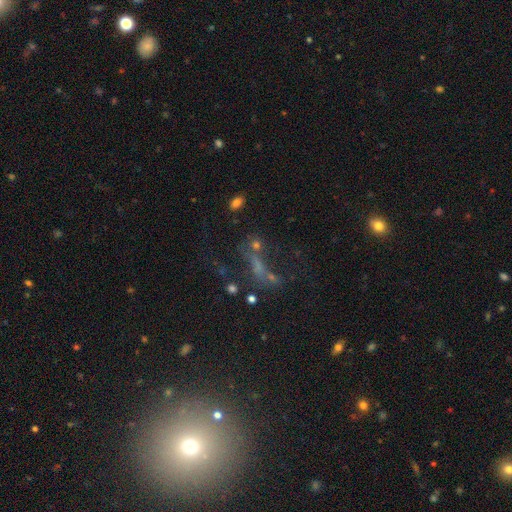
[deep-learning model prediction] Smooth or featured?
  - star or artifact: 45% *
  - featured or disk: 29%
  - smooth: 26%